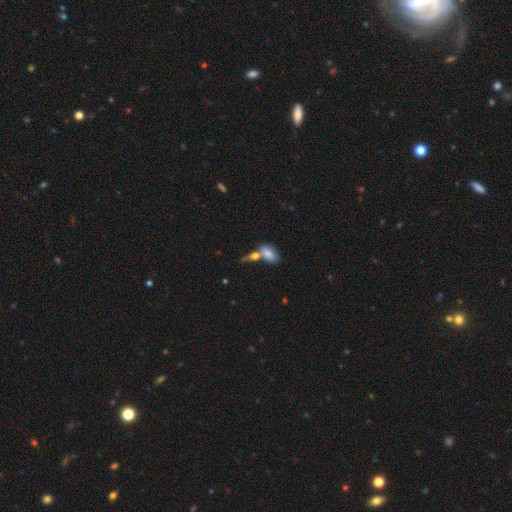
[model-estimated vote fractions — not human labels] Smooth or featured?
  - smooth: 75% *
  - featured or disk: 16%
  - star or artifact: 9%
How rounded?
  - in between: 81% *
  - cigar-shaped: 10%
  - round: 9%
Merging?
  - merger: 46% *
  - none: 36%
  - minor disturbance: 12%
  - major disturbance: 6%